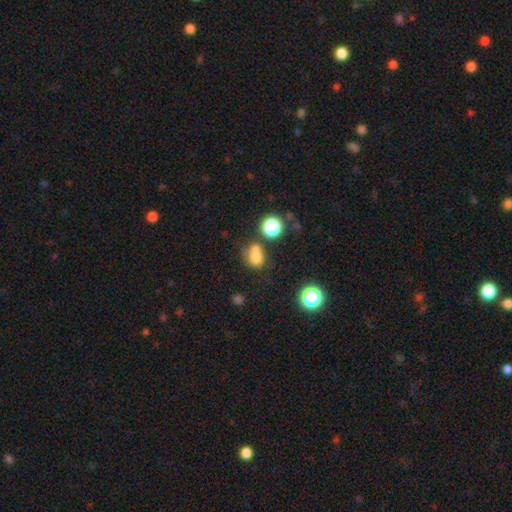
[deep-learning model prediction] This is likely a smooth galaxy (71%). How rounded: possibly in between (50%). Merging: marginally none (39%).